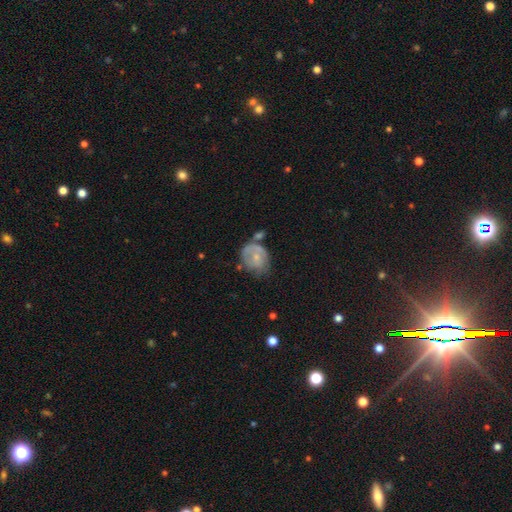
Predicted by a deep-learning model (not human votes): A featured or disk galaxy (47%).

Vote fractions:
- Smooth or featured? featured or disk: 47% / smooth: 46% / star or artifact: 8%
- Merging? none: 39% / minor disturbance: 31% / major disturbance: 16% / merger: 14%